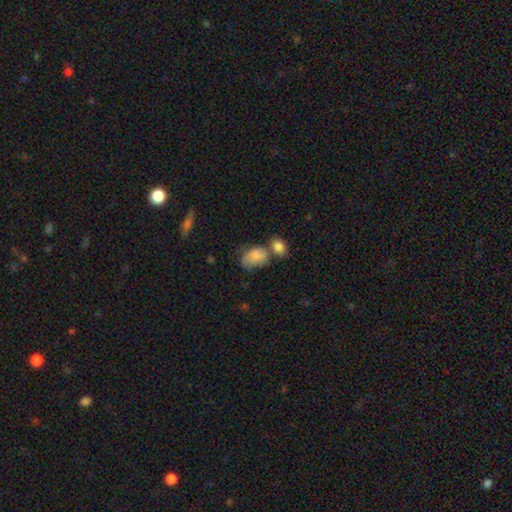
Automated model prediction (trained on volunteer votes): This is likely a smooth galaxy (72%). How rounded: likely in between (78%). Merging: marginally merger (30%).